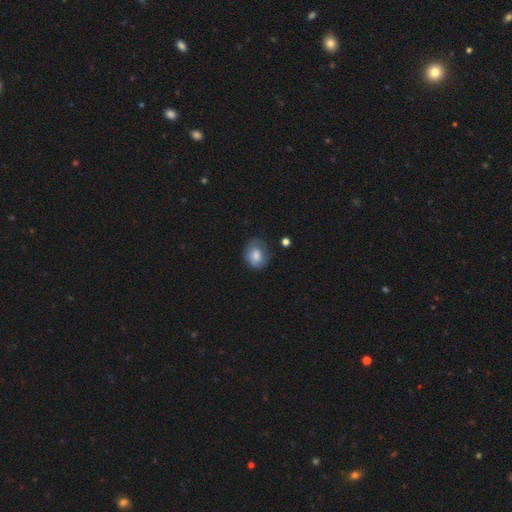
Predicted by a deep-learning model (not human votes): A smooth galaxy with no disk features (77%) that is in between round and cigar-shaped (50%). Merging: none (59%).